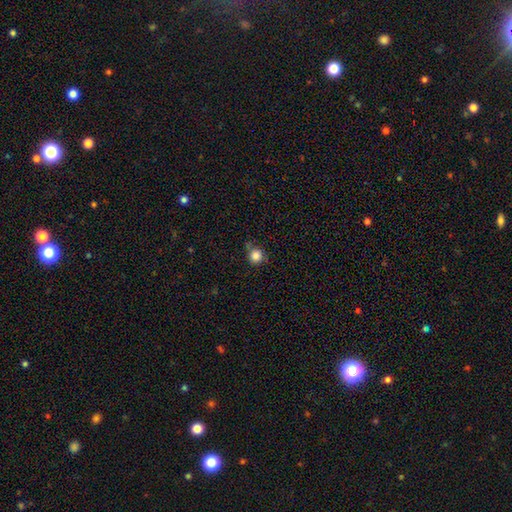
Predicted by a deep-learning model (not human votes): smooth-or-featured: smooth: 84% | star or artifact: 12% | featured or disk: 5%
  how-rounded: round: 92% | in between: 7% | cigar-shaped: 1%
  merging: none: 72% | minor disturbance: 18% | merger: 5% | major disturbance: 5%